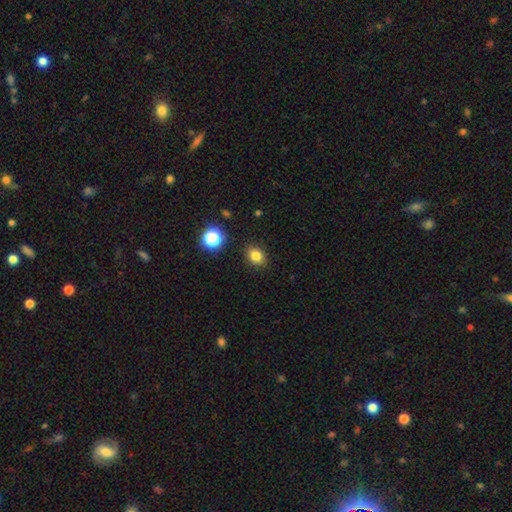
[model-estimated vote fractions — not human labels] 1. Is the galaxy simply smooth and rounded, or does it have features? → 81% smooth, 13% star or artifact, 6% featured or disk.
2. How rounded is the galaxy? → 52% in between, 47% round, 1% cigar-shaped.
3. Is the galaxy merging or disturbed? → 87% none, 9% minor disturbance, 2% major disturbance, 2% merger.